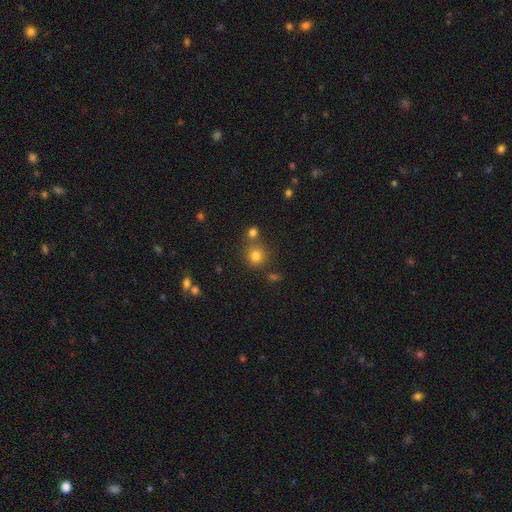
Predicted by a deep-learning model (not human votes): smooth_or_featured: smooth (p=0.78) [alt: star or artifact p=0.15]
how_rounded: round (p=0.88) [alt: in between p=0.11]
merging: none (p=0.69) [alt: merger p=0.18]